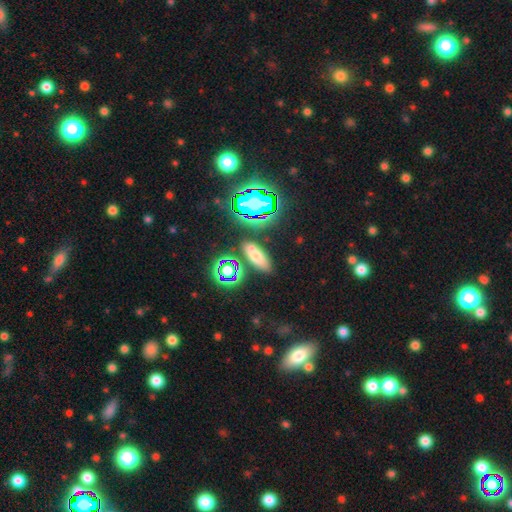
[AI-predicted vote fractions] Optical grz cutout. It shows a smooth galaxy with no disk features (56%) that is in between round and cigar-shaped (75%). Merging: none (79%).